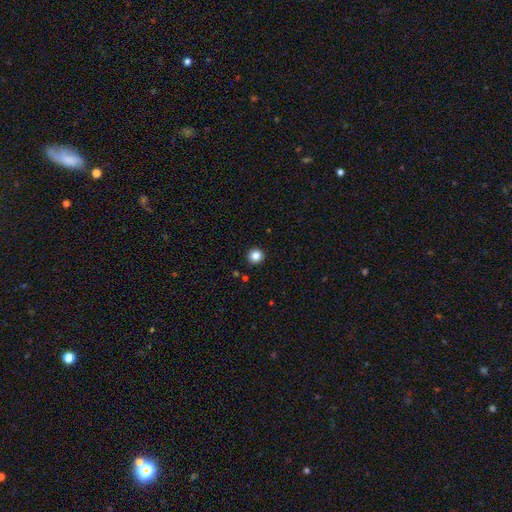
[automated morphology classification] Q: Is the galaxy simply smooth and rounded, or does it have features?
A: smooth — 84%.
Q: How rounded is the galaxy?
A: round — 95%.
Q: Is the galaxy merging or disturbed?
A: none — 93%.